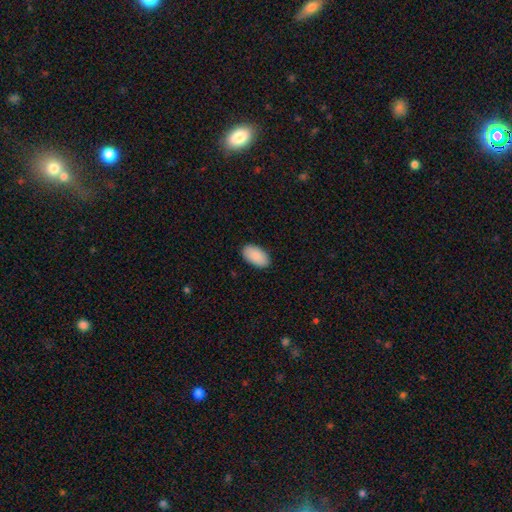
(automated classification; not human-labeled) Smooth or featured?
  - smooth: 90% *
  - star or artifact: 6%
  - featured or disk: 4%
How rounded?
  - in between: 96% *
  - round: 3%
  - cigar-shaped: 2%
Merging?
  - none: 88% *
  - minor disturbance: 9%
  - major disturbance: 2%
  - merger: 1%